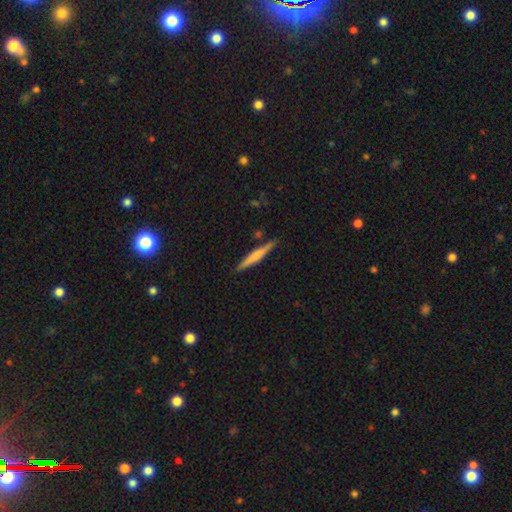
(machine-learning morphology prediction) type=smooth (52%); roundness=cigar-shaped (94%); merging=none (88%).